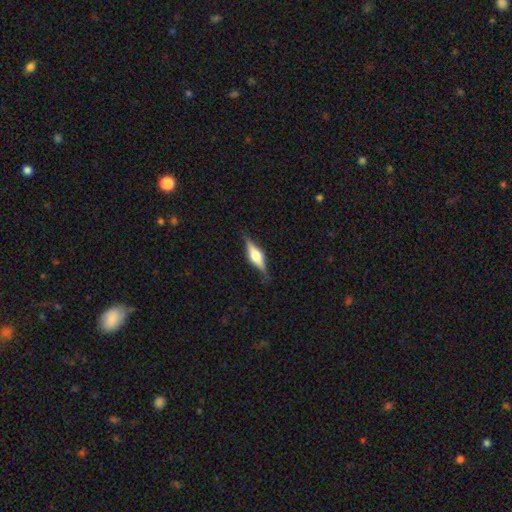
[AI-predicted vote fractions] featured or disk 72%, smooth 21%, star or artifact 6%. Down the decision tree: edge-on disk — yes (97%); edge-on bulge — rounded (87%); merging — none (85%).